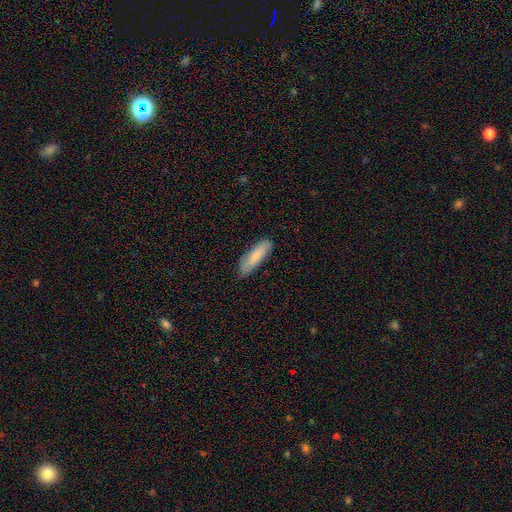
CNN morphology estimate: Smooth or featured? smooth (80%)
How rounded? cigar-shaped (57%)
Merging? none (80%)